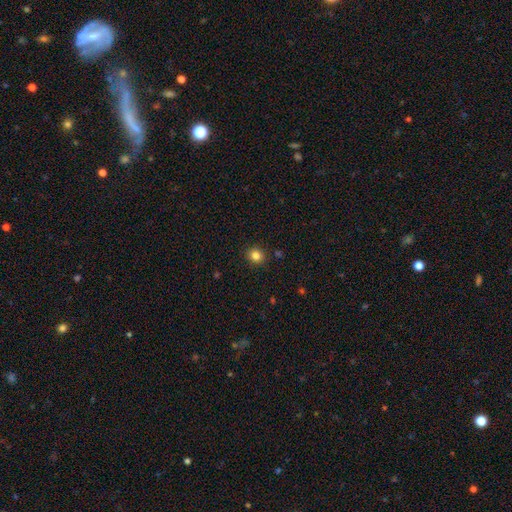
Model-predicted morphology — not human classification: This is clearly a smooth galaxy (83%). How rounded: clearly round (80%). Merging: clearly none (89%).